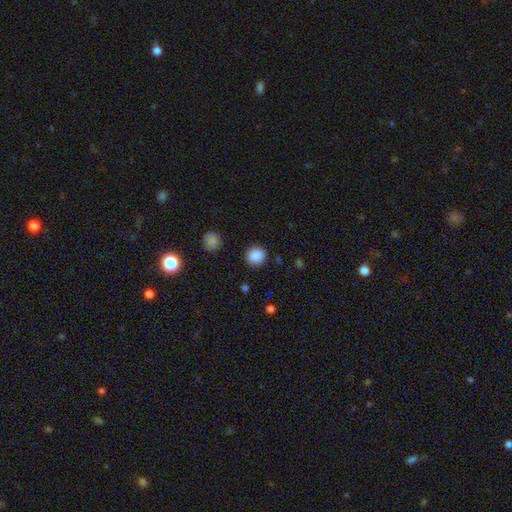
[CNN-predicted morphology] A smooth galaxy with no disk features (87%) that is round (83%).

Vote fractions:
- Smooth or featured? smooth: 87% / star or artifact: 10% / featured or disk: 3%
- How rounded? round: 83% / in between: 16% / cigar-shaped: 1%
- Merging? none: 86% / minor disturbance: 9% / major disturbance: 3% / merger: 2%